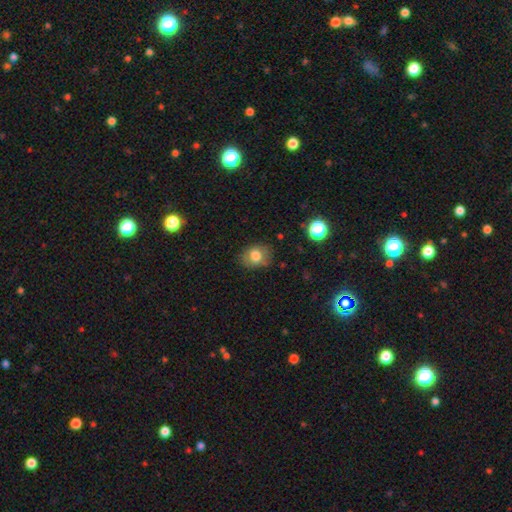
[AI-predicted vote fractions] Smooth or featured? smooth (74%)
How rounded? in between (54%)
Merging? none (73%)